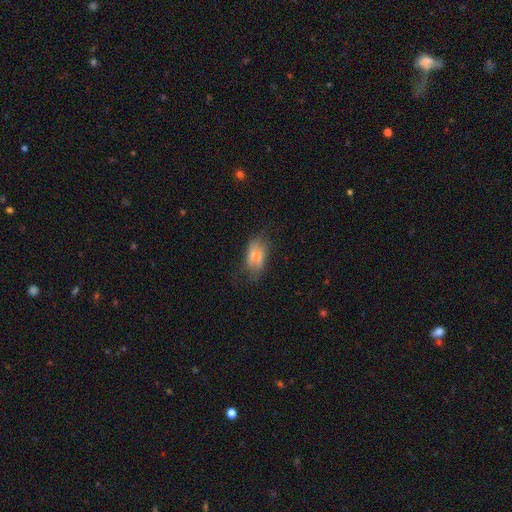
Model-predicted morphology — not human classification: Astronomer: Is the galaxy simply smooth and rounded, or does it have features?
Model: smooth — 59%.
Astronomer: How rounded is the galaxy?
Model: in between — 89%.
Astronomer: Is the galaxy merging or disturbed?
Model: none — 42% (runner-up: minor disturbance, 30%).